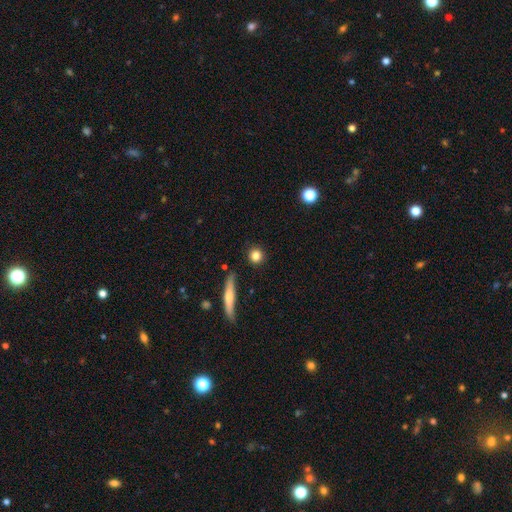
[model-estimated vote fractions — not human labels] Smooth or featured? Predicted: smooth (p=0.83). How rounded? Predicted: round (p=0.87). Merging? Predicted: none (p=0.88).